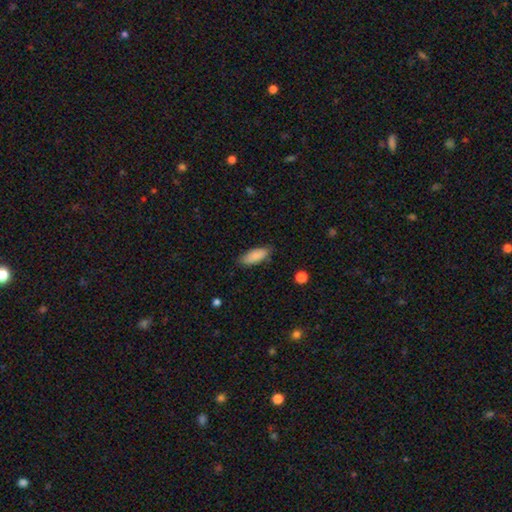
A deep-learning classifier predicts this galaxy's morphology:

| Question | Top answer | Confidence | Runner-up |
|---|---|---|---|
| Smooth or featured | smooth | 88% | star or artifact (6%) |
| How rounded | in between | 78% | cigar-shaped (21%) |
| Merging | none | 82% | minor disturbance (14%) |